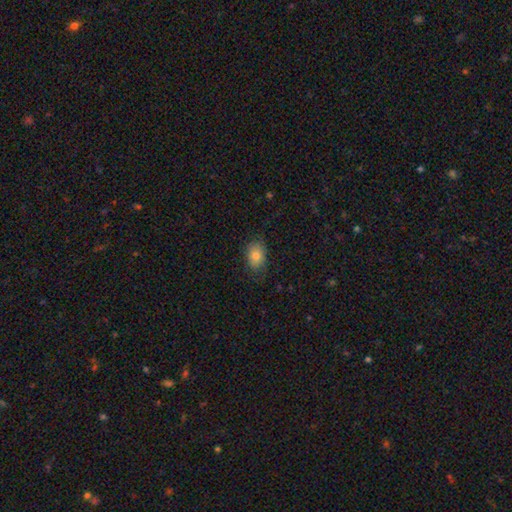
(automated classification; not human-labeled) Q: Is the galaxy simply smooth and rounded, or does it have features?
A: smooth — 80%.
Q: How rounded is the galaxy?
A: in between — 81%.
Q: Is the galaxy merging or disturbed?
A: none — 76%.